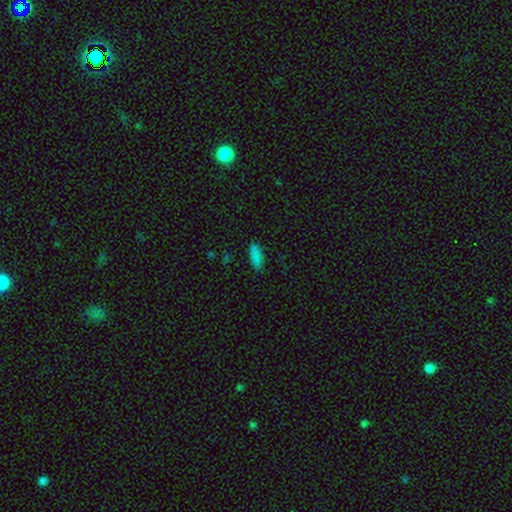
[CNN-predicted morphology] A smooth galaxy with no disk features (85%) that is in between round and cigar-shaped (63%). Merging: none (85%).